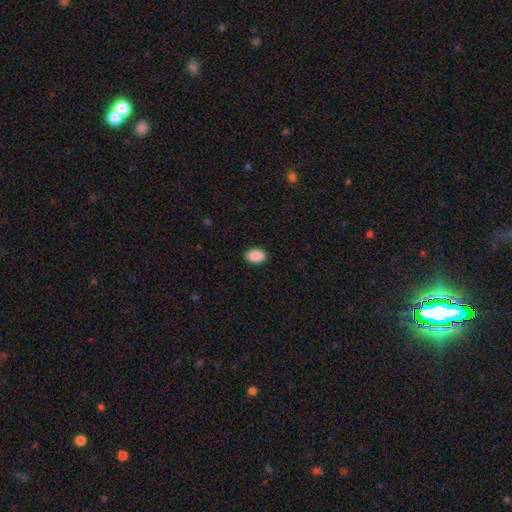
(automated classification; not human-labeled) This is clearly a smooth galaxy (90%). How rounded: clearly in between (84%). Merging: clearly none (90%).